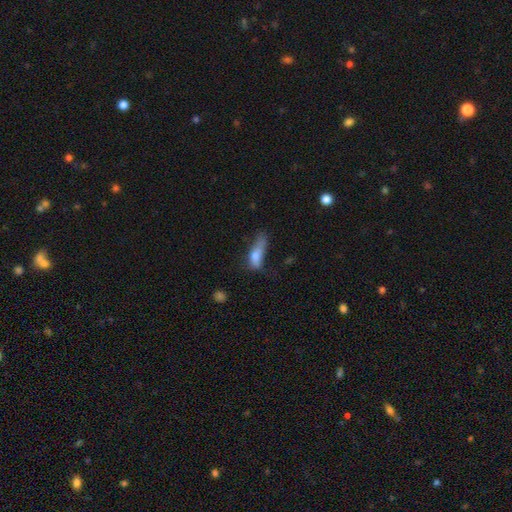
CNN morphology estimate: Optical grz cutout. It shows a smooth galaxy with no disk features (70%) that is in between round and cigar-shaped (57%). Merging: major disturbance (35%).